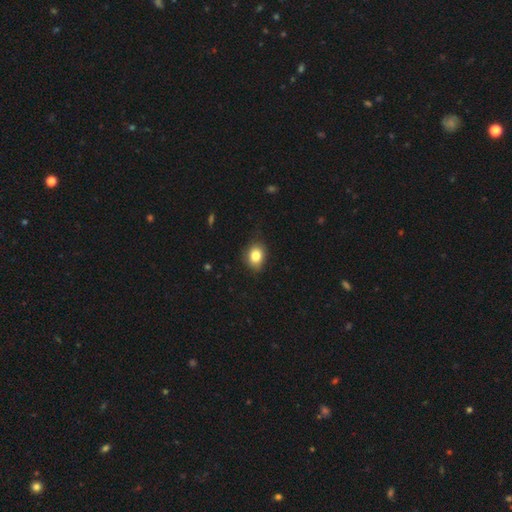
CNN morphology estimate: This appears to be a smooth galaxy with no disk features (83%) that is in between round and cigar-shaped (60%). Merging: none (78%).